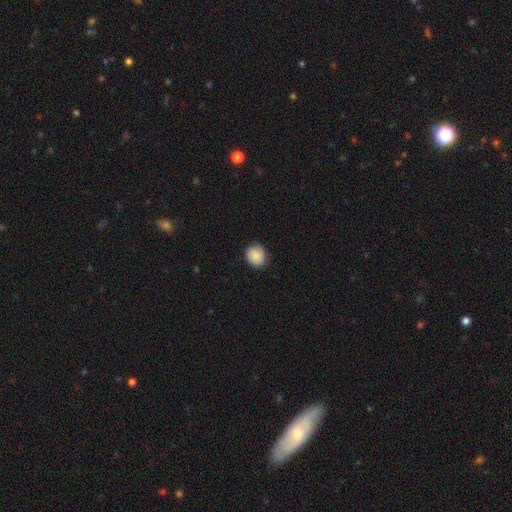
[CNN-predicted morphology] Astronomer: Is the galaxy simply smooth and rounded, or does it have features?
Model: smooth — 86%.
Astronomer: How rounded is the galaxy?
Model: round — 78%.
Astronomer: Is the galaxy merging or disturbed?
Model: none — 82%.